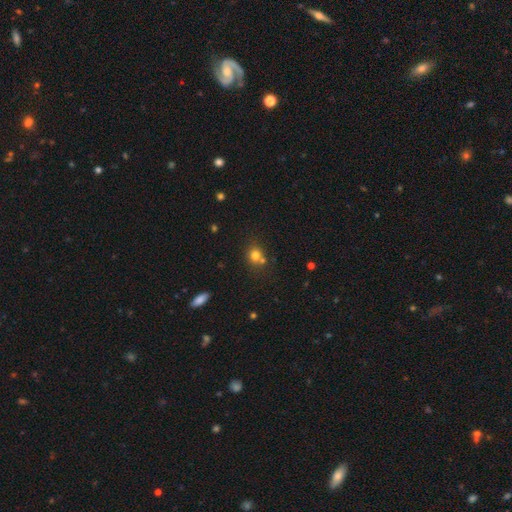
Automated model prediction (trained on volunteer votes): Q: Smooth or featured?
A: smooth (76%); runner-up: star or artifact (15%)
Q: How rounded?
A: round (81%); runner-up: in between (18%)
Q: Merging?
A: none (59%); runner-up: merger (27%)